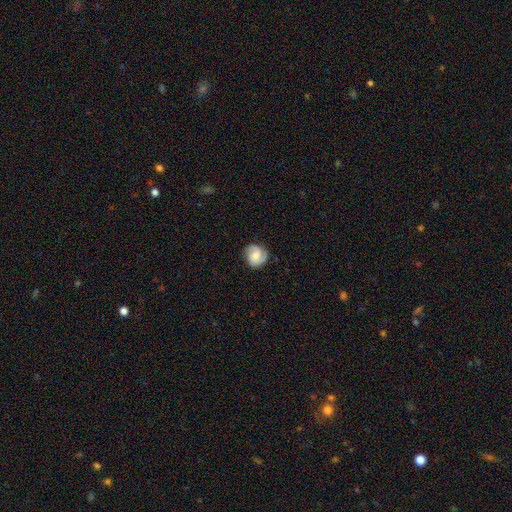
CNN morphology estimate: This appears to be a featured or disk galaxy (58%) with no bar (55%), 2 (71%) medium (43%) spiral arms (93%) and a moderate central bulge (39%, tied with small). Merging: none (78%).